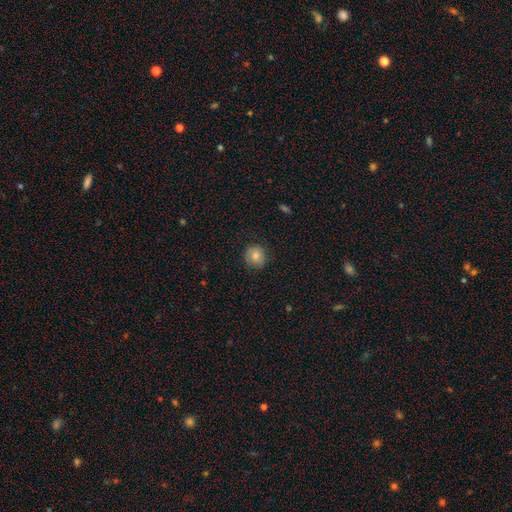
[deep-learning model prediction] Smooth or featured?
  - smooth: 79% *
  - featured or disk: 13%
  - star or artifact: 9%
How rounded?
  - round: 86% *
  - in between: 13%
  - cigar-shaped: 1%
Merging?
  - none: 84% *
  - minor disturbance: 12%
  - major disturbance: 3%
  - merger: 1%